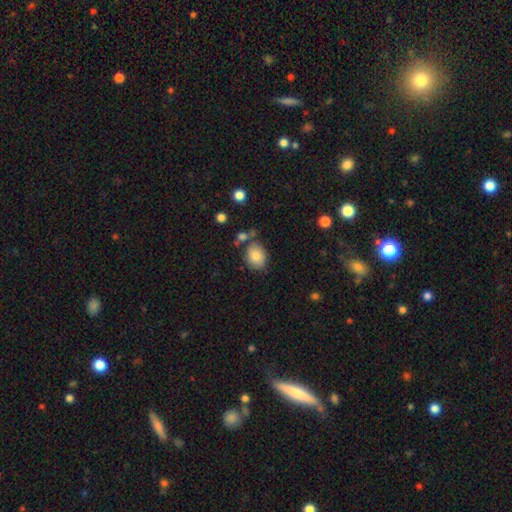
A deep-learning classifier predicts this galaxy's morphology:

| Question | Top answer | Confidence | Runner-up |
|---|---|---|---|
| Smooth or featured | smooth | 81% | featured or disk (11%) |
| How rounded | in between | 58% | round (41%) |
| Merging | none | 71% | minor disturbance (16%) |